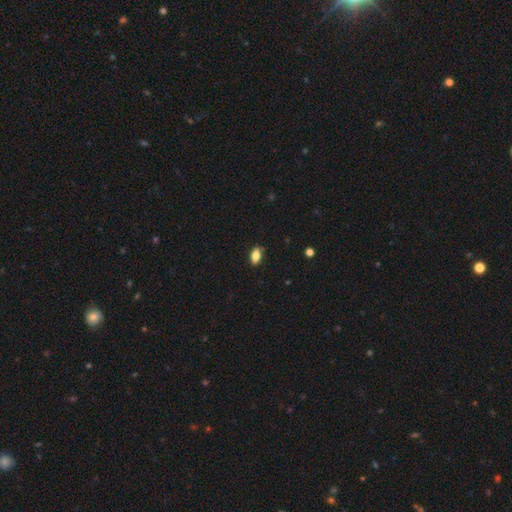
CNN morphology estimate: Q: Smooth or featured?
A: smooth (79%); runner-up: featured or disk (12%)
Q: How rounded?
A: in between (88%); runner-up: cigar-shaped (7%)
Q: Merging?
A: none (85%); runner-up: minor disturbance (12%)